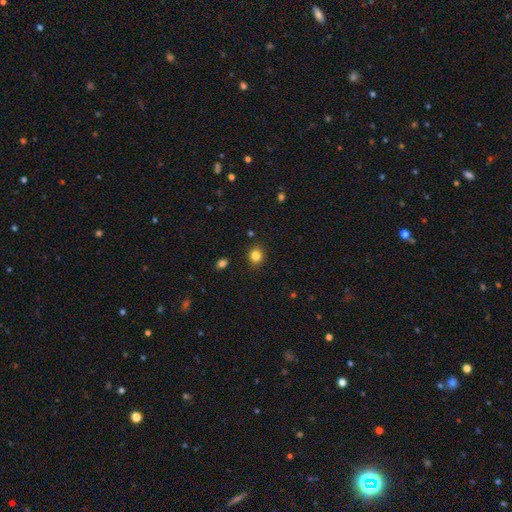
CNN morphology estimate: This appears to be a smooth galaxy with no disk features (83%) that is round (74%). Merging: none (85%).